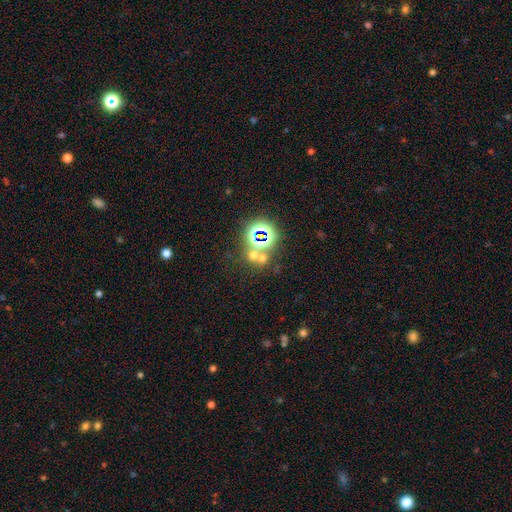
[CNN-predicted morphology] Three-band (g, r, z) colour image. It shows a smooth galaxy with no disk features (43%, tied with star or artifact). Merging: none (54%).